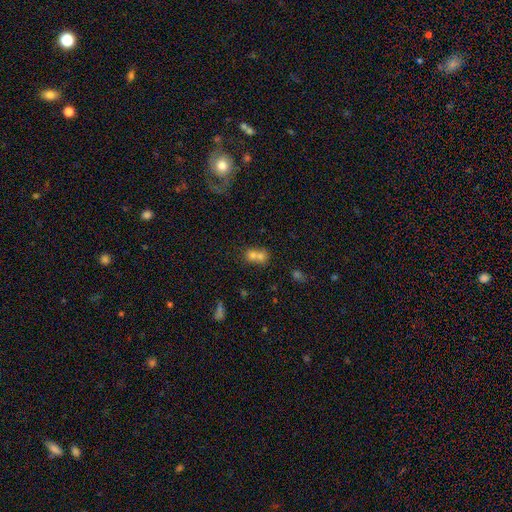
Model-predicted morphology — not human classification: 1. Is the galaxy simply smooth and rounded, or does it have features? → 69% smooth, 17% featured or disk, 13% star or artifact.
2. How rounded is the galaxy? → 67% round, 32% in between, 1% cigar-shaped.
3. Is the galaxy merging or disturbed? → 68% merger, 24% none, 5% minor disturbance, 3% major disturbance.